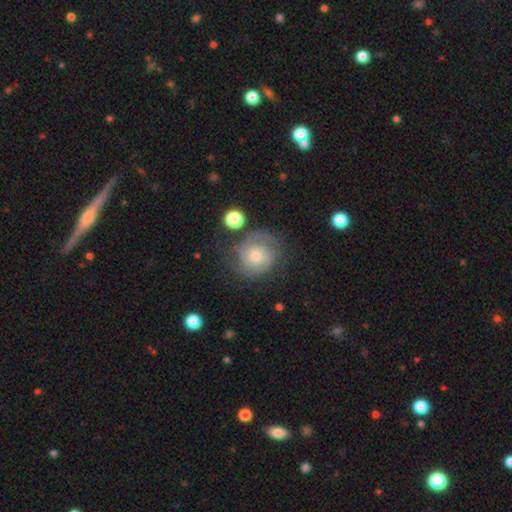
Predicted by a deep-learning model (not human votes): A featured or disk galaxy (73%) with no bar (76%), 2 (70%) tight (56%) spiral arms (93%) and a moderate central bulge (45%, tied with small).

Vote fractions:
- Smooth or featured? featured or disk: 73% / smooth: 19% / star or artifact: 8%
- Edge-on disk? no: 98% / yes: 2%
- Bar? no: 76% / weak: 21% / strong: 3%
- Spiral arms? yes: 93% / no: 7%
- Spiral winding? tight: 56% / medium: 33% / loose: 10%
- Spiral arm count? 2: 70% / can't tell: 15% / 3: 6% / 1: 4% / 4: 2% / more than 4: 2%
- Bulge size? moderate: 45% (tied) / small: 45% (tied) / large: 6% / none: 3% / dominant: 2%
- Merging? none: 70% / minor disturbance: 17% / major disturbance: 10% / merger: 3%